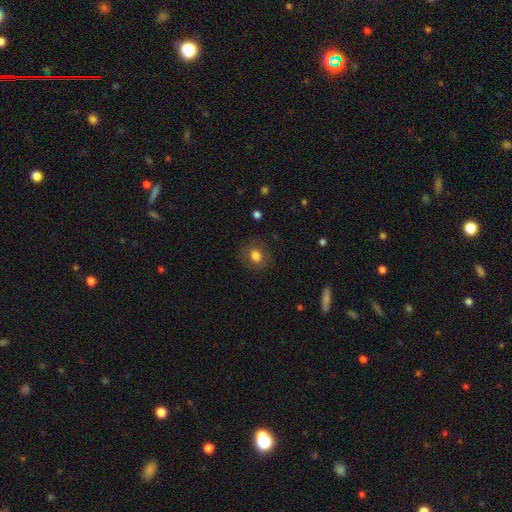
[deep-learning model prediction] smooth_or_featured: smooth (p=0.78) [alt: featured or disk p=0.13]
how_rounded: round (p=0.58) [alt: in between p=0.41]
merging: none (p=0.83) [alt: minor disturbance p=0.11]